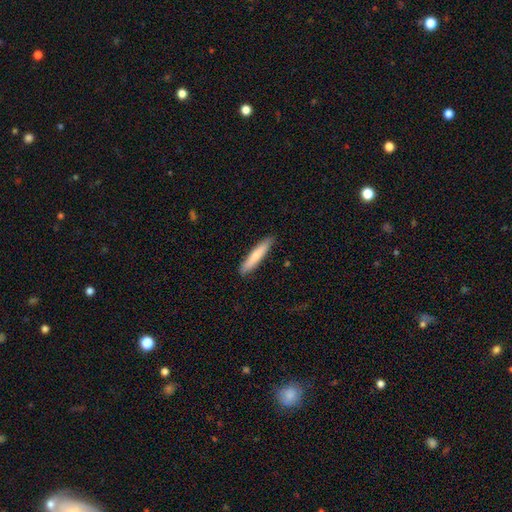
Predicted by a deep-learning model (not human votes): A smooth galaxy with no disk features (73%) that is cigar-shaped (90%).

Vote fractions:
- Smooth or featured? smooth: 73% / featured or disk: 22% / star or artifact: 5%
- How rounded? cigar-shaped: 90% / in between: 9% / round: 1%
- Merging? none: 88% / minor disturbance: 9% / major disturbance: 2% / merger: 1%